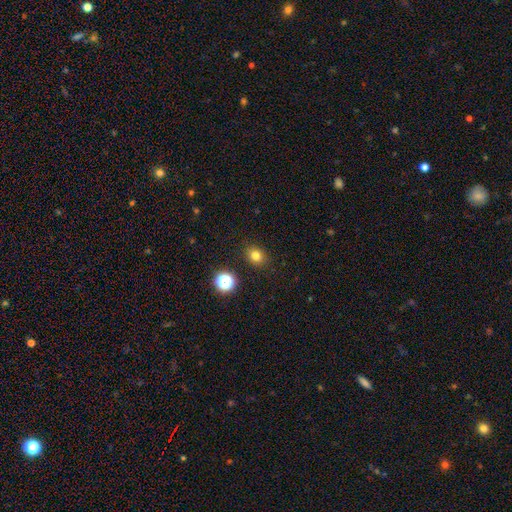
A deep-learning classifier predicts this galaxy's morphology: smooth-or-featured: smooth: 78% | star or artifact: 16% | featured or disk: 6%
  how-rounded: round: 66% | in between: 34% | cigar-shaped: 1%
  merging: none: 89% | minor disturbance: 8% | major disturbance: 2% | merger: 1%